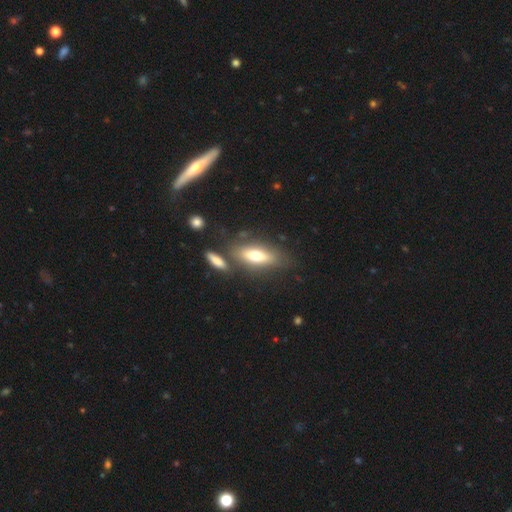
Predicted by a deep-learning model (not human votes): A smooth galaxy with no disk features (63%) that is in between round and cigar-shaped (62%).

Vote fractions:
- Smooth or featured? smooth: 63% / featured or disk: 29% / star or artifact: 7%
- How rounded? in between: 62% / cigar-shaped: 35% / round: 3%
- Merging? none: 67% / merger: 14% / minor disturbance: 13% / major disturbance: 5%